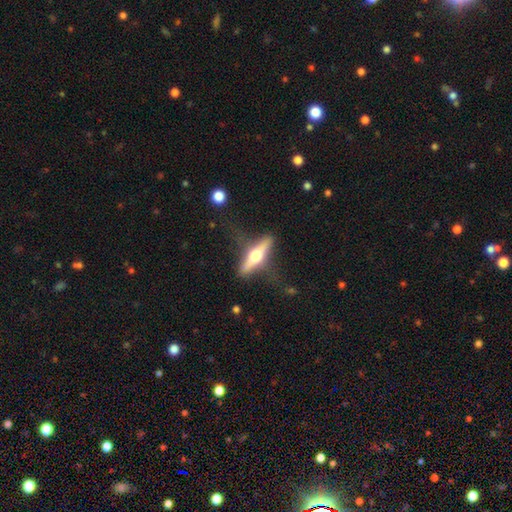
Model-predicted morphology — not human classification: A featured or disk galaxy (70%) viewed edge-on (94%) with a rounded central bulge (96%).

Vote fractions:
- Smooth or featured? featured or disk: 70% / smooth: 25% / star or artifact: 5%
- Edge-on disk? yes: 94% / no: 6%
- Edge-on bulge? rounded: 96% / boxy: 2% / none: 2%
- Merging? none: 74% / minor disturbance: 16% / major disturbance: 8% / merger: 2%